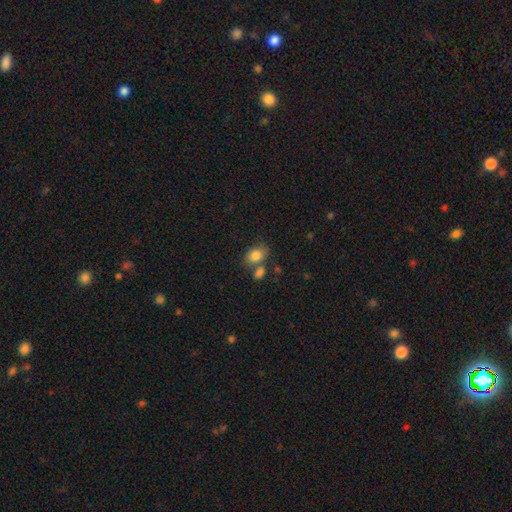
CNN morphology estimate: Smooth or featured?
  - smooth: 83% *
  - star or artifact: 9%
  - featured or disk: 8%
How rounded?
  - in between: 73% *
  - round: 26%
  - cigar-shaped: 1%
Merging?
  - none: 54% *
  - merger: 26%
  - minor disturbance: 14%
  - major disturbance: 5%